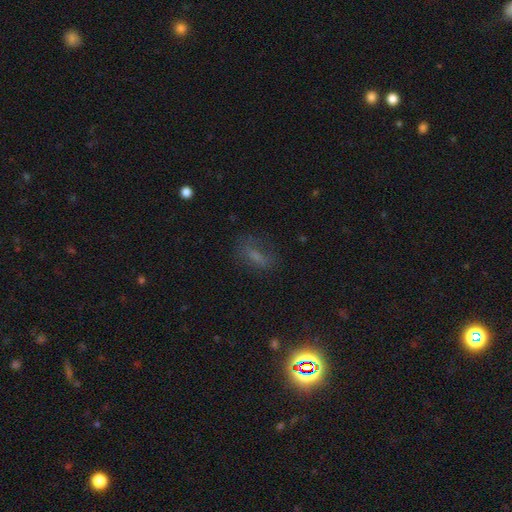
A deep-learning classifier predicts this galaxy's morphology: The model was most divided on "smooth or featured": smooth: 50%, star or artifact: 26%, featured or disk: 24%. More confident: merging — none (62%).